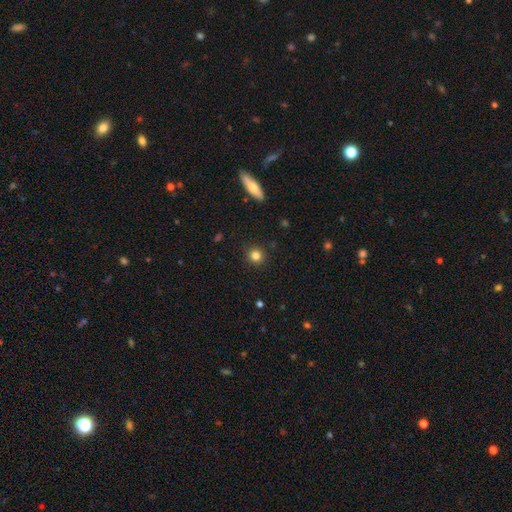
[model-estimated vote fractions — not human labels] Overall: smooth (83%). How rounded: round (91%). Merging: none (90%).